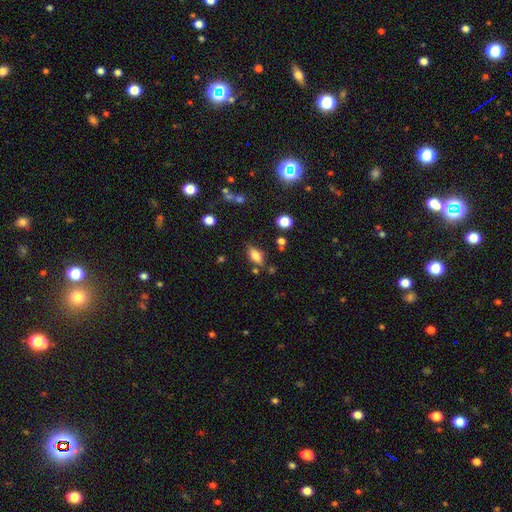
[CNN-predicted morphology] Q: Smooth or featured?
A: smooth (77%); runner-up: featured or disk (13%)
Q: How rounded?
A: in between (86%); runner-up: cigar-shaped (8%)
Q: Merging?
A: none (72%); runner-up: minor disturbance (16%)